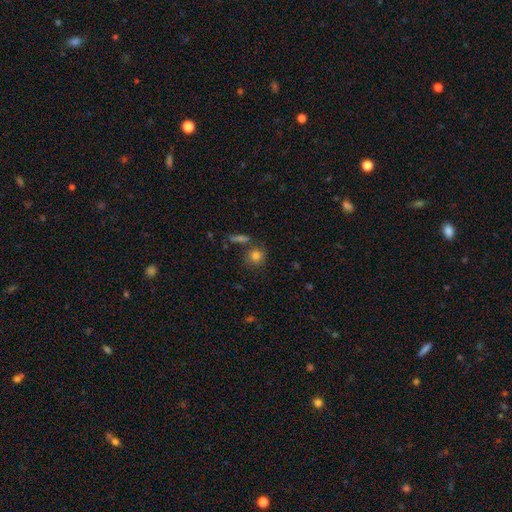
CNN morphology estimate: Smooth or featured? smooth (80%)
How rounded? round (84%)
Merging? none (70%)